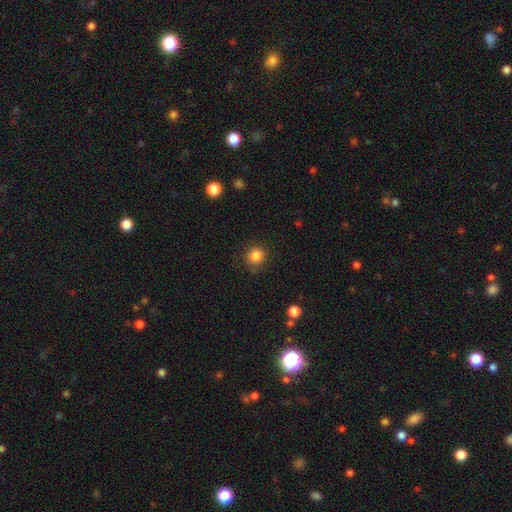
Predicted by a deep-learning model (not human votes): A smooth galaxy with no disk features (85%) that is round (92%). Merging: none (86%).